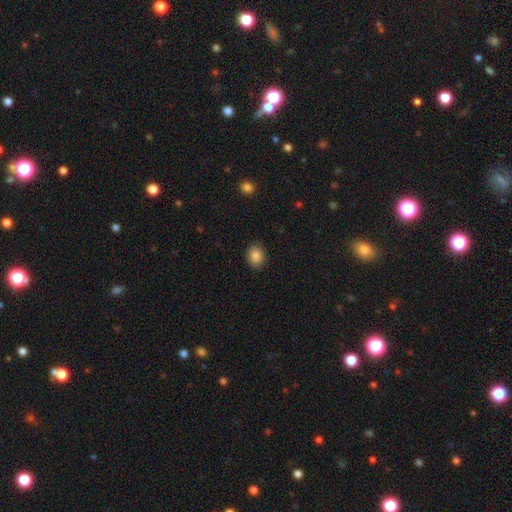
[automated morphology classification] Smooth or featured?
  - smooth: 86% *
  - star or artifact: 9%
  - featured or disk: 5%
How rounded?
  - round: 52% *
  - in between: 47%
  - cigar-shaped: 1%
Merging?
  - none: 89% *
  - minor disturbance: 8%
  - major disturbance: 2%
  - merger: 1%